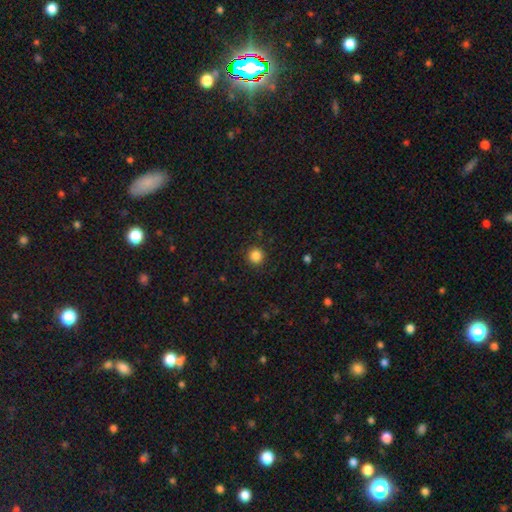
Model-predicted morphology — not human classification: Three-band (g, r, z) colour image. It shows a smooth galaxy with no disk features (85%) that is round (95%). Merging: none (92%).